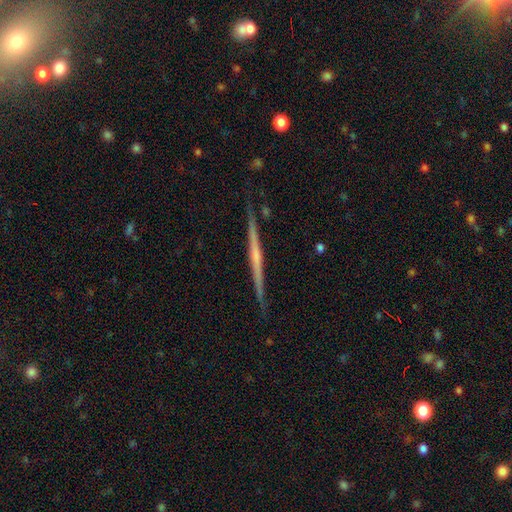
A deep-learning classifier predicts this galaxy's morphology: Smooth or featured? featured or disk (74%)
Edge-on disk? yes (98%)
Edge-on bulge? none (55%)
Merging? none (90%)